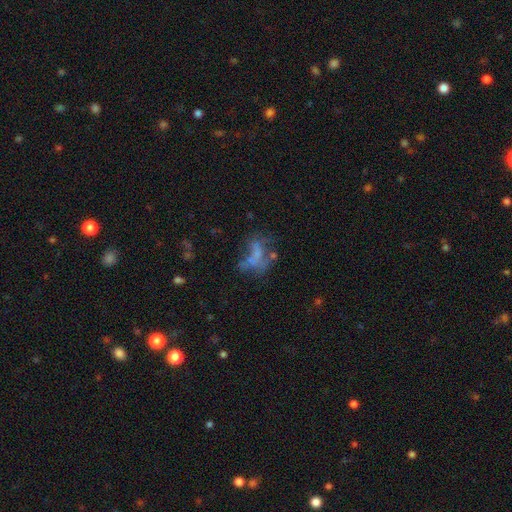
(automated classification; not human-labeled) A featured or disk galaxy (47%). Merging: major disturbance (33%).